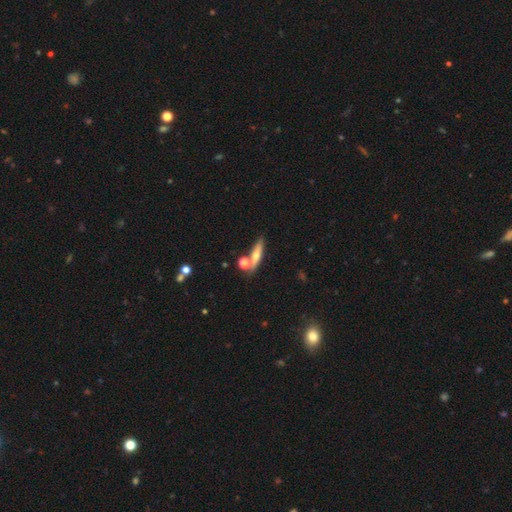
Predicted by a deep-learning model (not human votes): A smooth galaxy with no disk features (47%). Merging: none (70%).